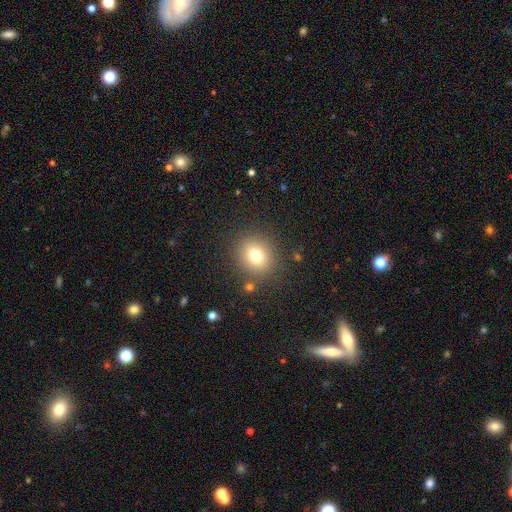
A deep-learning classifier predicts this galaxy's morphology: Q: Smooth or featured?
A: smooth (75%); runner-up: star or artifact (14%)
Q: How rounded?
A: round (80%); runner-up: in between (19%)
Q: Merging?
A: none (86%); runner-up: minor disturbance (8%)